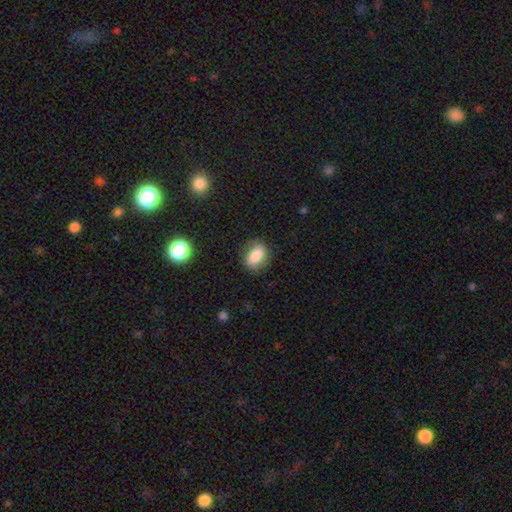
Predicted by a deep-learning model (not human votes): Smooth or featured: smooth — 81% (featured or disk — 11%)
How rounded: in between — 77% (round — 20%)
Merging: none — 81% (minor disturbance — 14%)